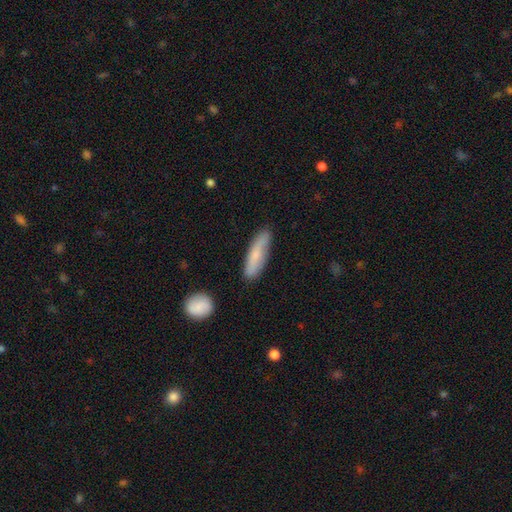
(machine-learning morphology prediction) A smooth galaxy with no disk features (70%) that is cigar-shaped (66%).

Vote fractions:
- Smooth or featured? smooth: 70% / featured or disk: 24% / star or artifact: 6%
- How rounded? cigar-shaped: 66% / in between: 32% / round: 2%
- Merging? none: 79% / minor disturbance: 16% / major disturbance: 3% / merger: 2%